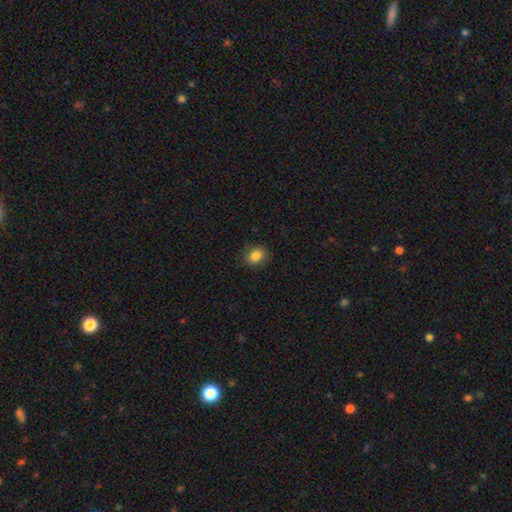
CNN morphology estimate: Smooth or featured? smooth (84%)
How rounded? round (56%)
Merging? none (87%)